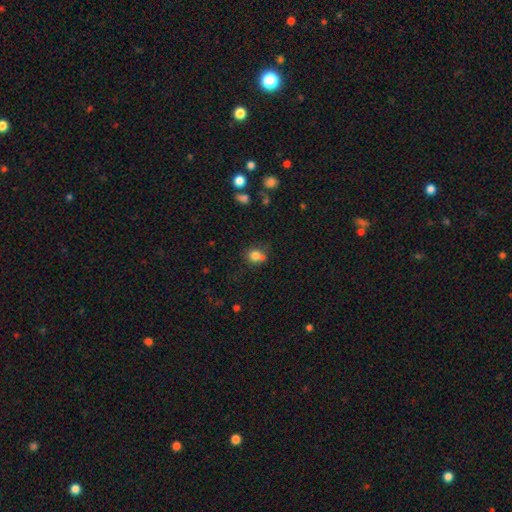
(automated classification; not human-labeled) Smooth or featured? smooth (78%)
How rounded? round (68%)
Merging? none (52%)